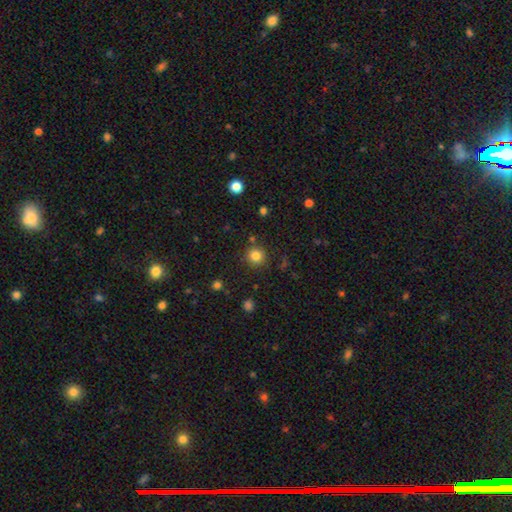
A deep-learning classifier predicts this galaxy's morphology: Smooth or featured? smooth (82%)
How rounded? round (94%)
Merging? none (87%)